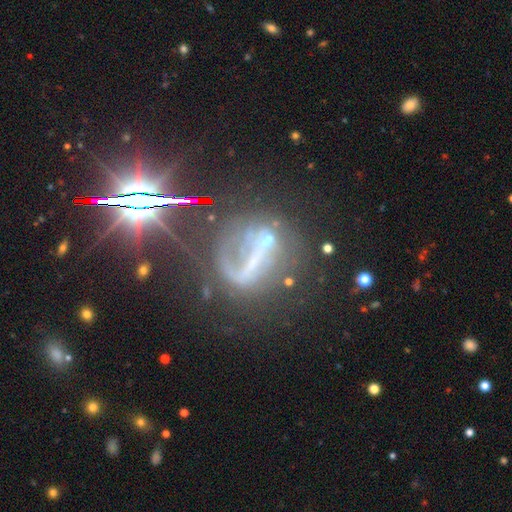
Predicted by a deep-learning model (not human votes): This is possibly a featured or disk galaxy (58%). It is clearly not viewed edge-on (87%). Merging: marginally none (38%).